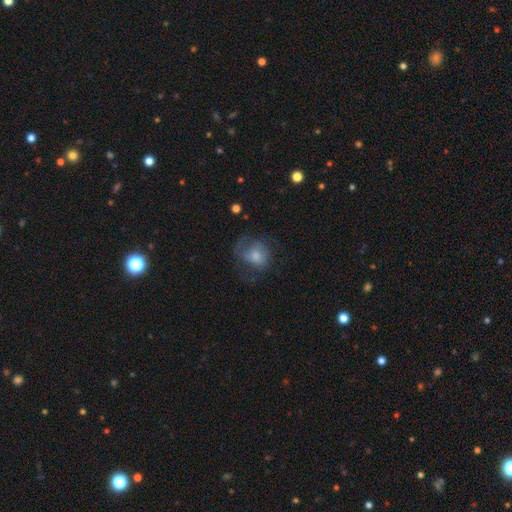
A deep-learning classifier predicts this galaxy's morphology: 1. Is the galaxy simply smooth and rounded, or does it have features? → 60% smooth, 30% featured or disk, 10% star or artifact.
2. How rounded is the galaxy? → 58% round, 41% in between, 1% cigar-shaped.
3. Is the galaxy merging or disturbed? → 39% none, 35% major disturbance, 24% minor disturbance, 2% merger.